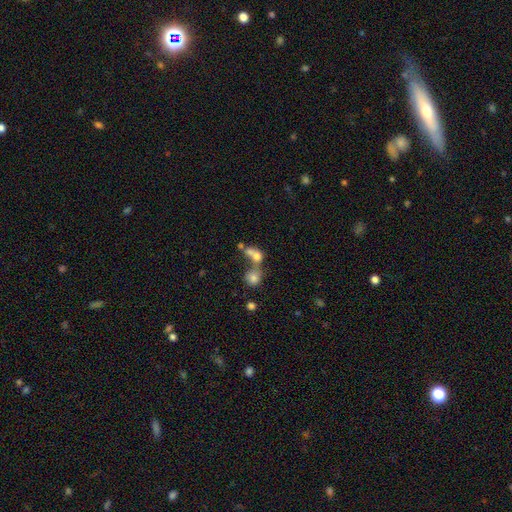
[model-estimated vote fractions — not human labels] The model was most divided on "how rounded": round: 55%, in between: 42%, cigar-shaped: 3%. More confident: smooth or featured — smooth (68%); merging — merger (64%).